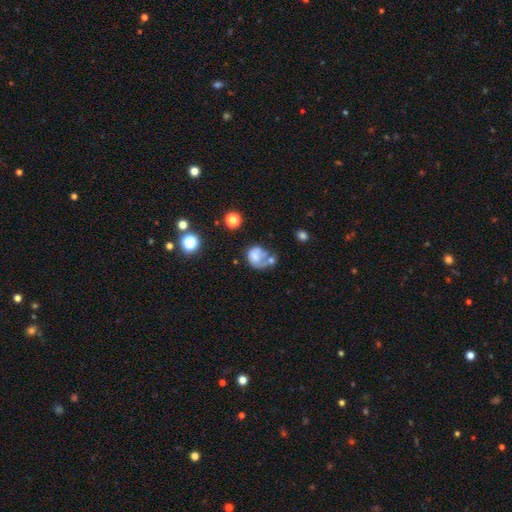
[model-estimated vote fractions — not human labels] Smooth or featured: smooth — 54% (featured or disk — 35%)
How rounded: round — 57% (in between — 42%)
Merging: merger — 29% (major disturbance — 27%)